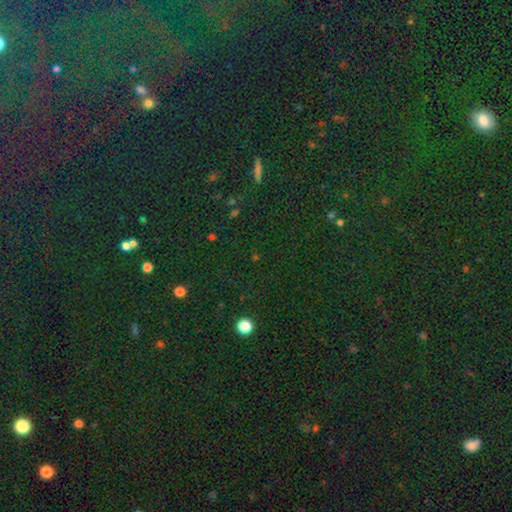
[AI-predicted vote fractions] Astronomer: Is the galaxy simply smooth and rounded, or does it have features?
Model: star or artifact — 78%.